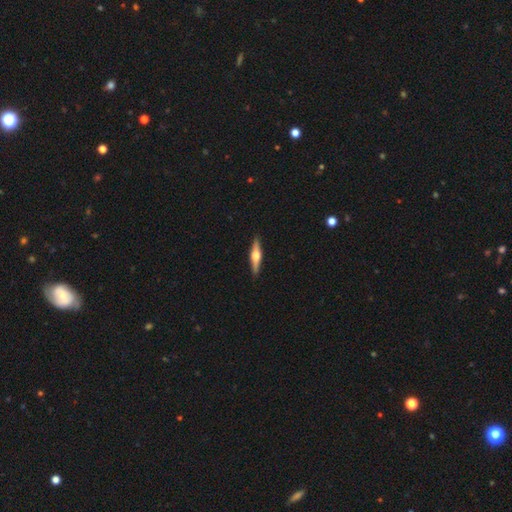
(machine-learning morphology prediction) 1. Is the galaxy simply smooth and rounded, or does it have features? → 69% featured or disk, 26% smooth, 5% star or artifact.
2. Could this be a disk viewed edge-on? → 97% yes, 3% no.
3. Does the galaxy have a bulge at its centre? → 93% rounded, 5% boxy, 2% none.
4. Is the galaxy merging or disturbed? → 91% none, 7% minor disturbance, 1% major disturbance, 1% merger.